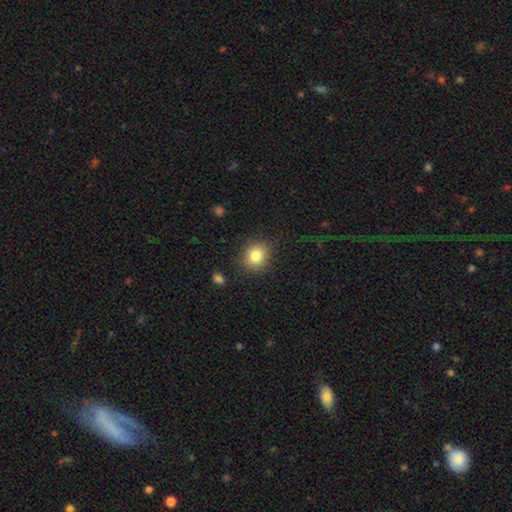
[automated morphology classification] type=smooth (82%); roundness=round (79%); merging=none (87%).